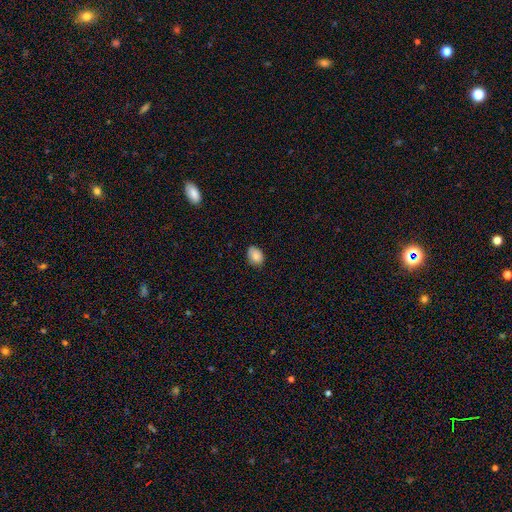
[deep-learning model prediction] Smooth or featured: smooth — 83% (featured or disk — 9%)
How rounded: in between — 72% (round — 27%)
Merging: none — 79% (minor disturbance — 17%)